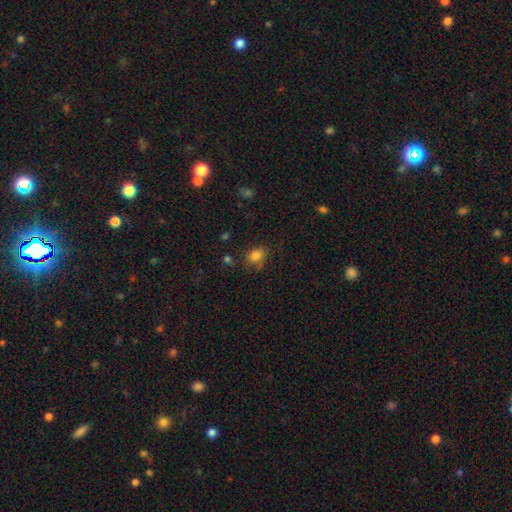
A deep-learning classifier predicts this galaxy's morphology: Smooth or featured: smooth — 80% (star or artifact — 12%)
How rounded: in between — 55% (round — 43%)
Merging: none — 63% (minor disturbance — 25%)